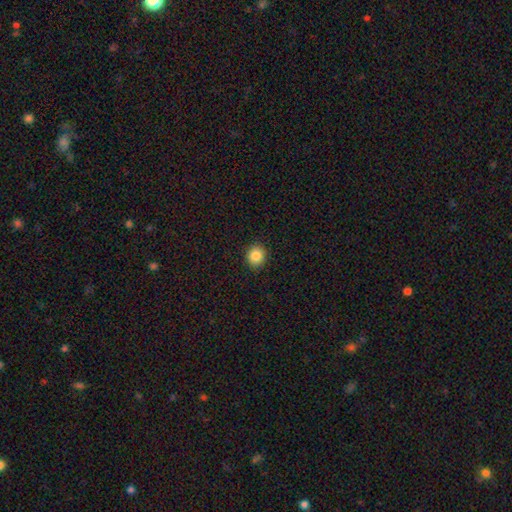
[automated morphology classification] Smooth or featured? Predicted: smooth (p=0.86). How rounded? Predicted: round (p=0.86). Merging? Predicted: none (p=0.92).